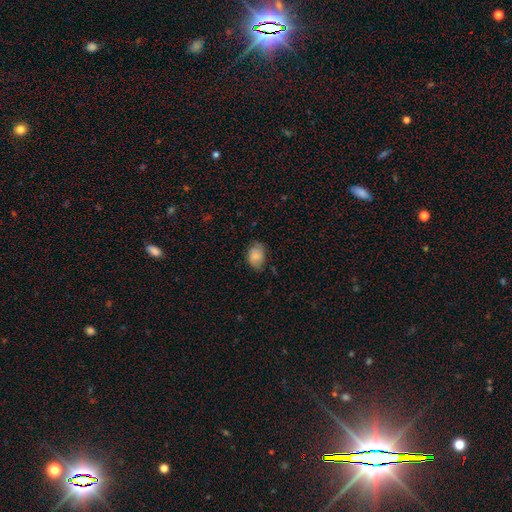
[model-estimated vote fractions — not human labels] Overall: smooth (79%). How rounded: in between (79%). Merging: none (68%).